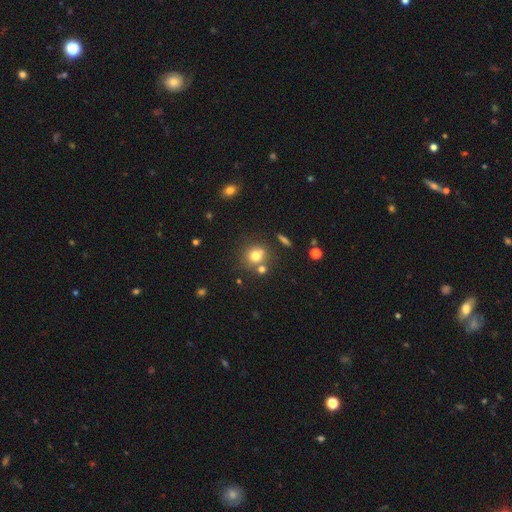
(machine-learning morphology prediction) type=smooth (73%); roundness=round (83%); merging=none (64%).